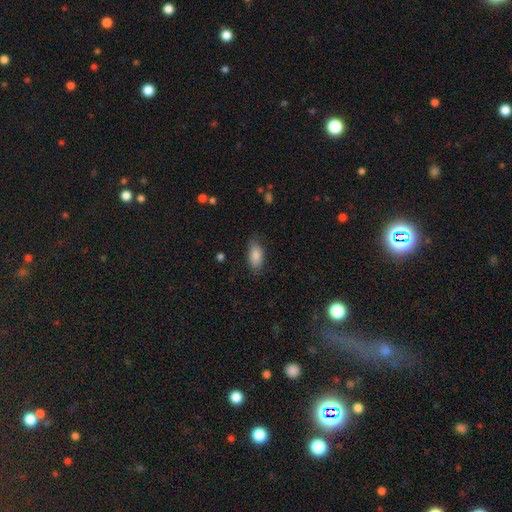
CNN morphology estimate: A smooth galaxy with no disk features (85%) that is in between round and cigar-shaped (90%).

Vote fractions:
- Smooth or featured? smooth: 85% / featured or disk: 8% / star or artifact: 7%
- How rounded? in between: 90% / cigar-shaped: 6% / round: 4%
- Merging? none: 78% / minor disturbance: 17% / major disturbance: 4% / merger: 1%